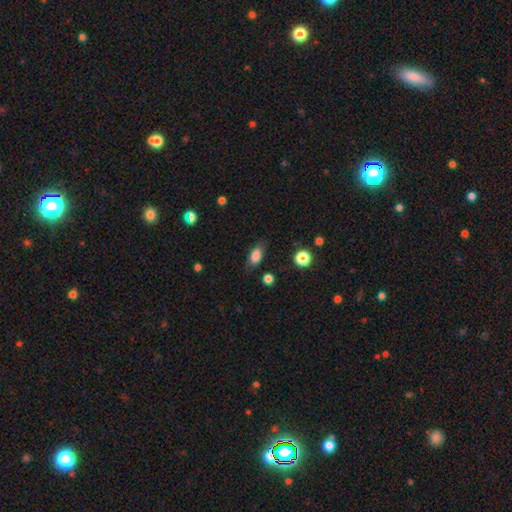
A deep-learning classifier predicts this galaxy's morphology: This appears to be a smooth galaxy with no disk features (81%) that is in between round and cigar-shaped (83%). Merging: none (76%).